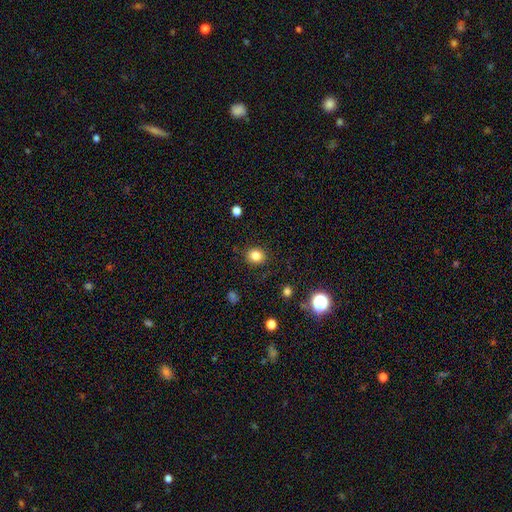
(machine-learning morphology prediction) Smooth or featured: smooth — 83% (star or artifact — 12%)
How rounded: round — 74% (in between — 25%)
Merging: none — 88% (minor disturbance — 8%)